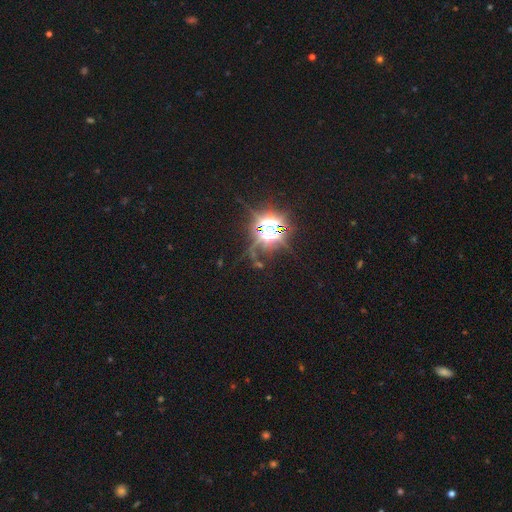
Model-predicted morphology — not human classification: star or artifact 83%, smooth 10%, featured or disk 7%.